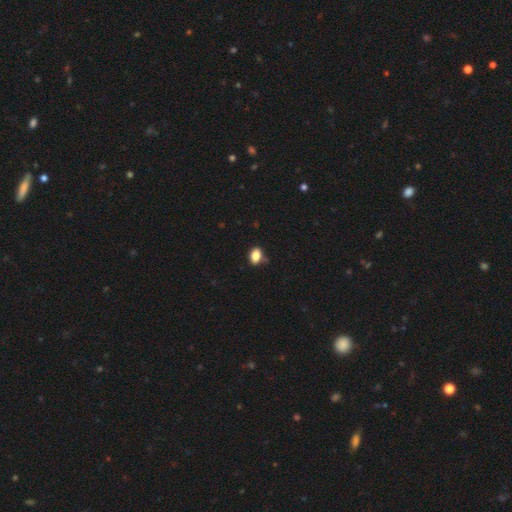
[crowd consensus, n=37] smooth-or-featured: smooth: 84% | featured or disk: 8% | star or artifact: 8%
  how-rounded: in between: 94% | round: 6% | cigar-shaped: 0%
  merging: none: 68% | minor disturbance: 29% | merger: 3% | major disturbance: 0%